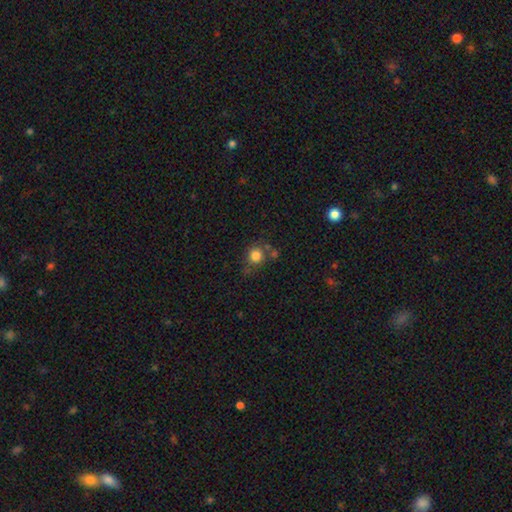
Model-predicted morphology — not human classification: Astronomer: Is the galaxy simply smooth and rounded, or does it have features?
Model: smooth — 81%.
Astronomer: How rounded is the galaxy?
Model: round — 86%.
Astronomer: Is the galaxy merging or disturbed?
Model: none — 62%.